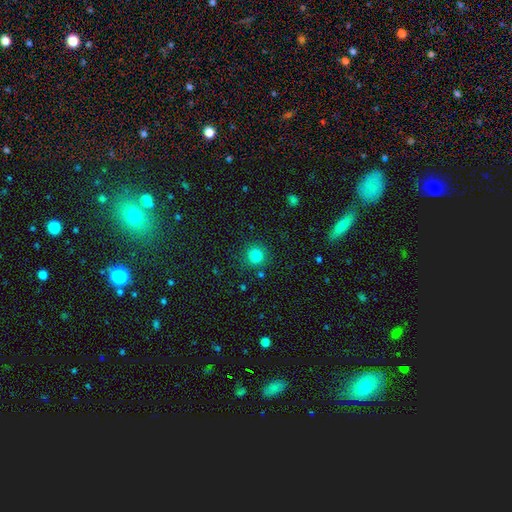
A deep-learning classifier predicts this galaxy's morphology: Q: Smooth or featured?
A: smooth (82%); runner-up: star or artifact (13%)
Q: How rounded?
A: round (94%); runner-up: in between (5%)
Q: Merging?
A: none (88%); runner-up: minor disturbance (7%)